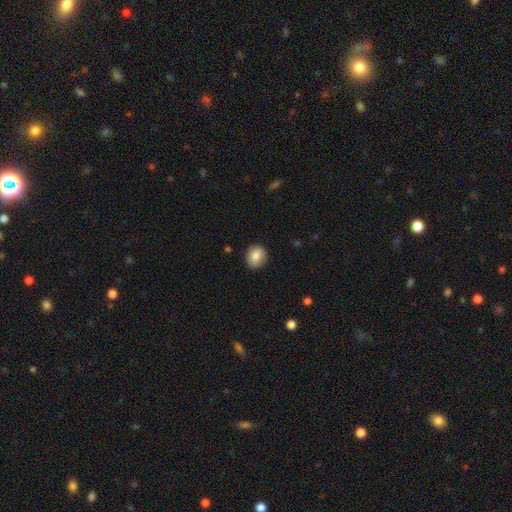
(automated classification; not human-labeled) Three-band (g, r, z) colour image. It shows a smooth galaxy with no disk features (85%) that is round (63%). Merging: none (85%).